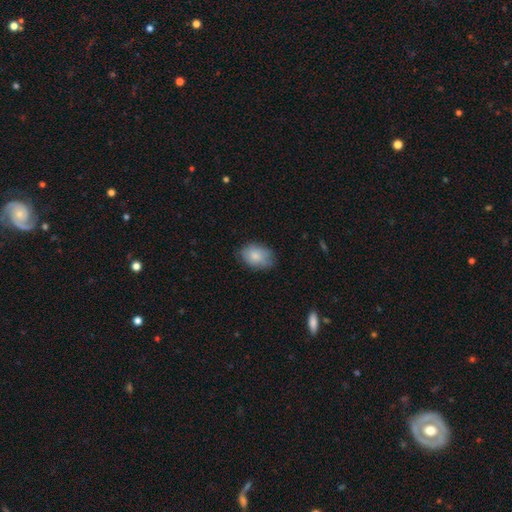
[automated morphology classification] smooth 82%, featured or disk 11%, star or artifact 6%. Down the decision tree: how rounded — in between (82%); merging — none (77%).